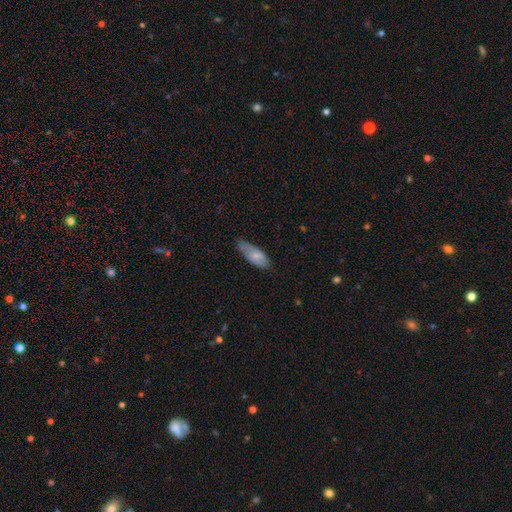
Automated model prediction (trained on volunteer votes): Morphology: type=smooth (74%); roundness=in between (76%); merging=none (58%).